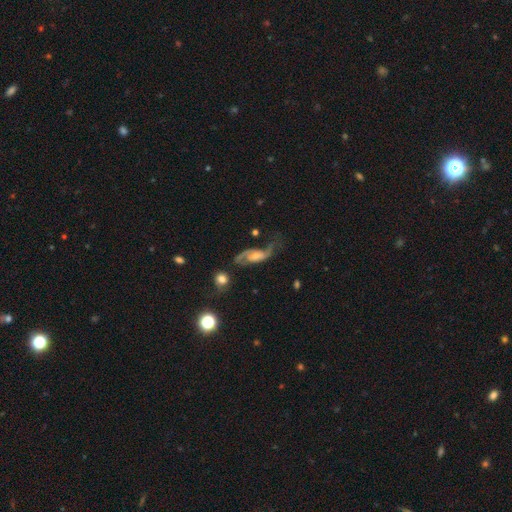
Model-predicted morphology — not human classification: Smooth or featured?
  - featured or disk: 79% *
  - smooth: 15%
  - star or artifact: 6%
Edge-on disk?
  - no: 93% *
  - yes: 7%
Bar?
  - no: 56% *
  - weak: 35%
  - strong: 9%
Spiral arms?
  - yes: 92% *
  - no: 8%
Spiral winding?
  - loose: 52% *
  - medium: 36%
  - tight: 12%
Spiral arm count?
  - 2: 85% *
  - can't tell: 6%
  - 1: 5%
  - 3: 2%
  - 4: 1%
  - more than 4: 1%
Bulge size?
  - moderate: 45% *
  - small: 38%
  - large: 8%
  - none: 7%
  - dominant: 2%
Merging?
  - none: 44% *
  - major disturbance: 27%
  - minor disturbance: 24%
  - merger: 5%